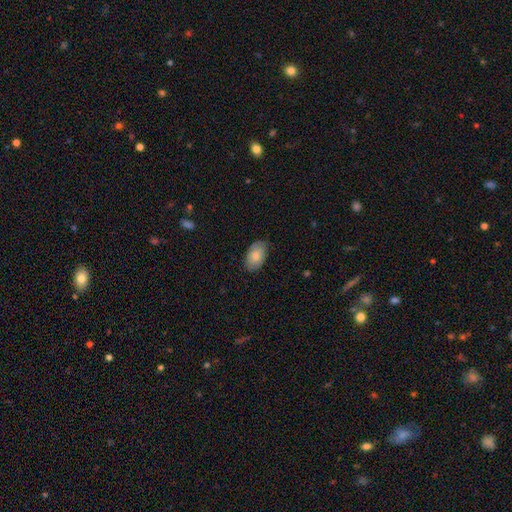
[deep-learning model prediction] Q: Smooth or featured?
A: smooth (79%); runner-up: featured or disk (15%)
Q: How rounded?
A: in between (93%); runner-up: round (6%)
Q: Merging?
A: none (81%); runner-up: minor disturbance (16%)